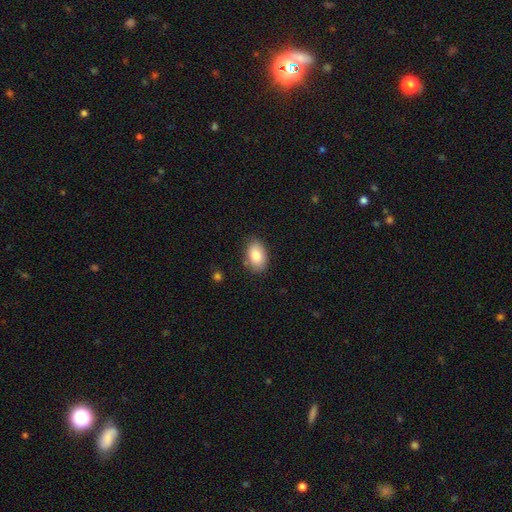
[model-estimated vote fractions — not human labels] Q: Smooth or featured?
A: smooth (82%); runner-up: featured or disk (10%)
Q: How rounded?
A: in between (89%); runner-up: round (10%)
Q: Merging?
A: none (83%); runner-up: minor disturbance (13%)